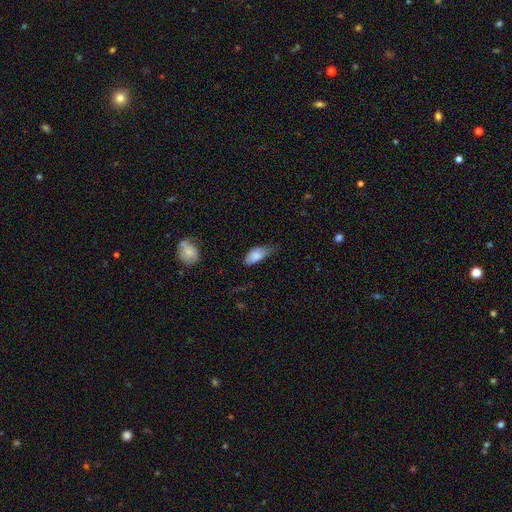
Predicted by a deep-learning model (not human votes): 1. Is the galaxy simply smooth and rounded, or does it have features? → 82% smooth, 10% featured or disk, 7% star or artifact.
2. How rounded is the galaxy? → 90% in between, 7% cigar-shaped, 4% round.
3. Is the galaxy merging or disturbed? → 44% minor disturbance, 40% none, 14% major disturbance, 3% merger.